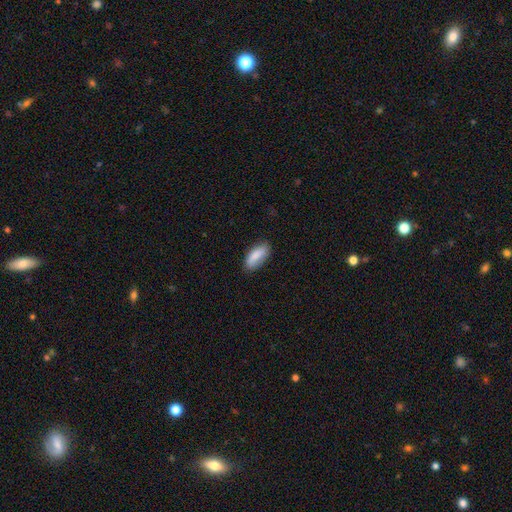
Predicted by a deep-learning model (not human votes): The model was most divided on "merging": none: 78%, minor disturbance: 17%, major disturbance: 3%, merger: 1%. More confident: how rounded — in between (85%); smooth or featured — smooth (85%).